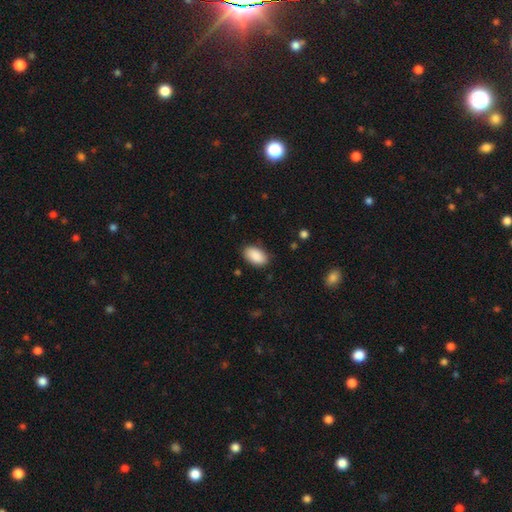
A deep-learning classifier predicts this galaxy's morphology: Smooth or featured? Predicted: smooth (p=0.90). How rounded? Predicted: in between (p=0.93). Merging? Predicted: none (p=0.85).